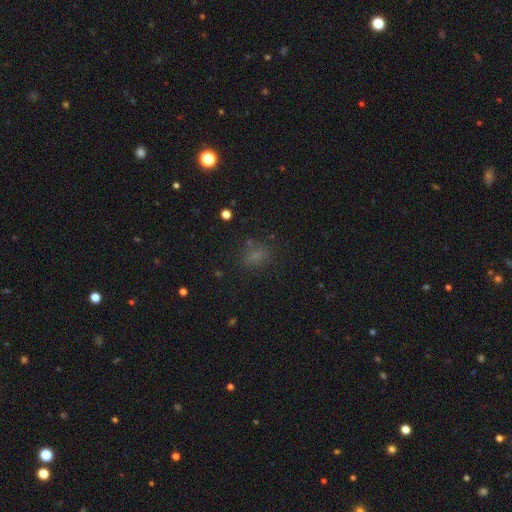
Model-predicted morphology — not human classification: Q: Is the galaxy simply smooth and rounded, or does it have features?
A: smooth — 71%.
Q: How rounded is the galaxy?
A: in between — 57%.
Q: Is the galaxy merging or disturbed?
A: none — 77%.